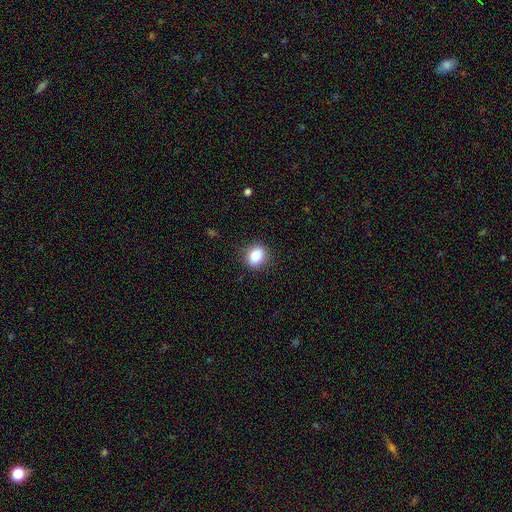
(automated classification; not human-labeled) Smooth or featured? smooth (86%)
How rounded? round (52%)
Merging? none (85%)